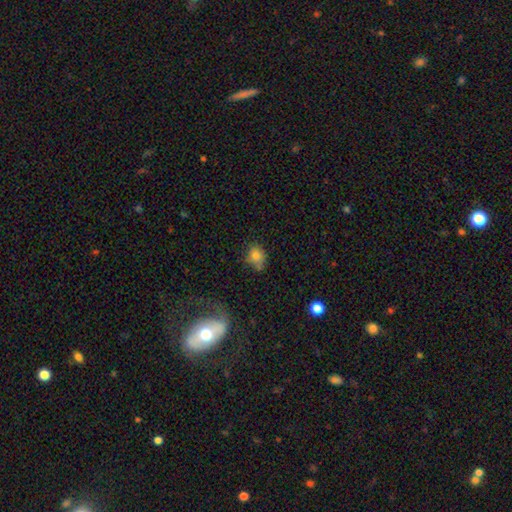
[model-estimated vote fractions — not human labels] smooth 76%, featured or disk 12%, star or artifact 12%. Down the decision tree: how rounded — in between (50%); merging — none (53%).